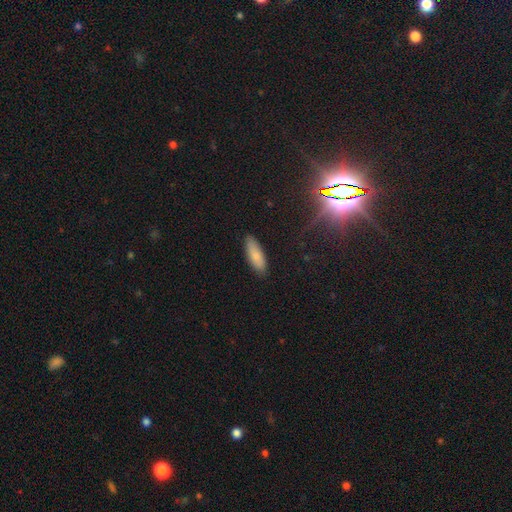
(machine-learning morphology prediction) Smooth or featured? Predicted: smooth (p=0.83). How rounded? Predicted: in between (p=0.61). Merging? Predicted: none (p=0.86).